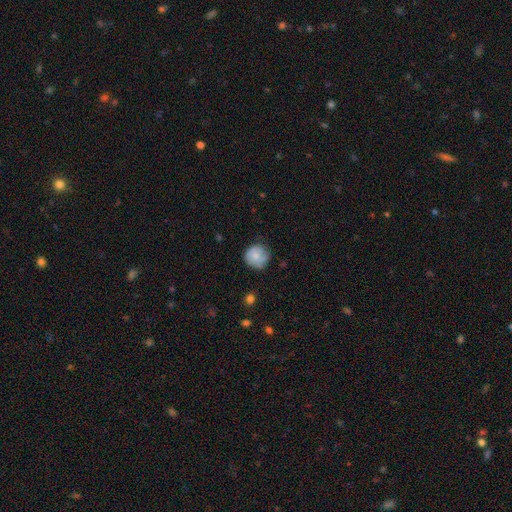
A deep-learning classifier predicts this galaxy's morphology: type=smooth (71%); roundness=round (89%); merging=none (69%).